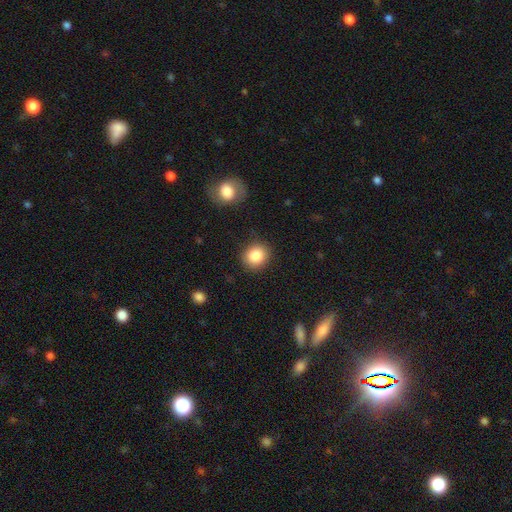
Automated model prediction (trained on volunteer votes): This appears to be a smooth galaxy with no disk features (86%) that is round (79%). Merging: none (87%).